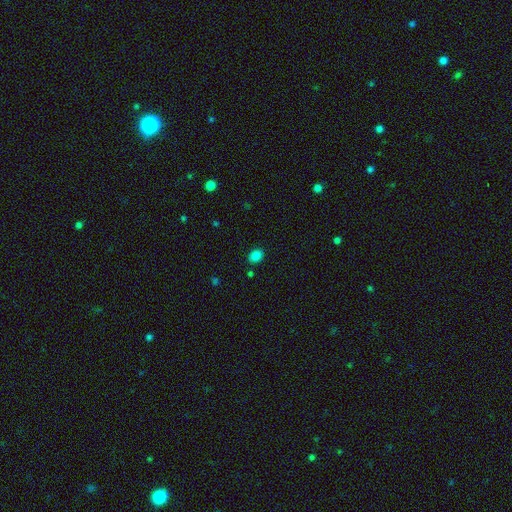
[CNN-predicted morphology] Smooth or featured?
  - smooth: 84% *
  - star or artifact: 12%
  - featured or disk: 4%
How rounded?
  - in between: 60% *
  - round: 39%
  - cigar-shaped: 1%
Merging?
  - none: 85% *
  - minor disturbance: 9%
  - merger: 3%
  - major disturbance: 3%